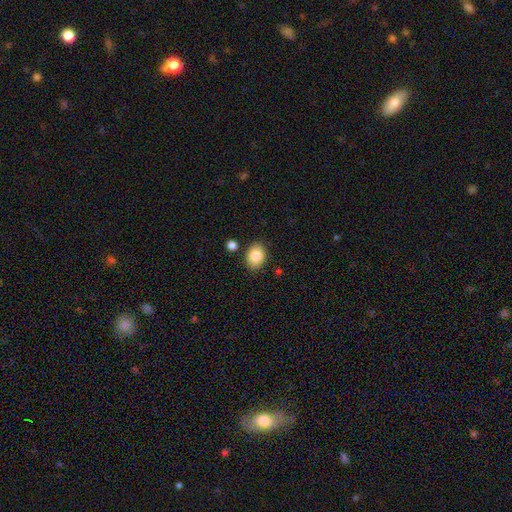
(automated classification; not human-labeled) This is clearly a smooth galaxy (88%). How rounded: likely in between (69%). Merging: clearly none (83%).